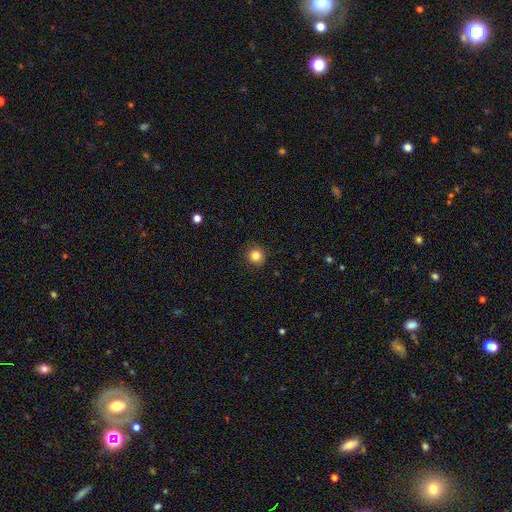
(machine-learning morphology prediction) Smooth or featured?
  - smooth: 85% *
  - star or artifact: 11%
  - featured or disk: 5%
How rounded?
  - round: 93% *
  - in between: 6%
  - cigar-shaped: 1%
Merging?
  - none: 92% *
  - minor disturbance: 6%
  - major disturbance: 2%
  - merger: 1%